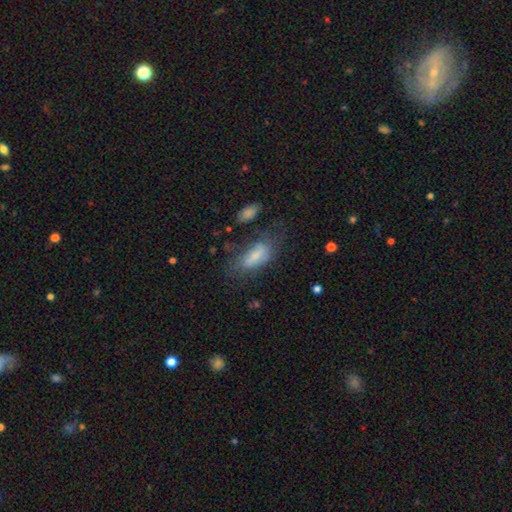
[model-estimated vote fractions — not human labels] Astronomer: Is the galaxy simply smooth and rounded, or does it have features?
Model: smooth — 67%.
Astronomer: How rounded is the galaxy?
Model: in between — 83%.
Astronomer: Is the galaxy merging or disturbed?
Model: none — 47% (runner-up: minor disturbance, 26%).